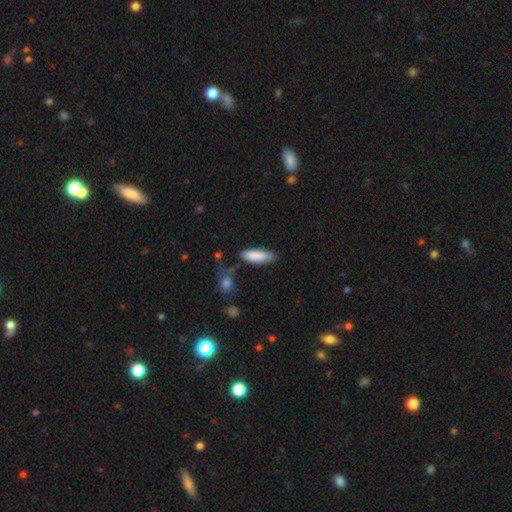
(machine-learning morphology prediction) smooth-or-featured: smooth: 86% | featured or disk: 8% | star or artifact: 6%
  how-rounded: cigar-shaped: 56% | in between: 43% | round: 2%
  merging: none: 75% | minor disturbance: 17% | major disturbance: 4% | merger: 4%